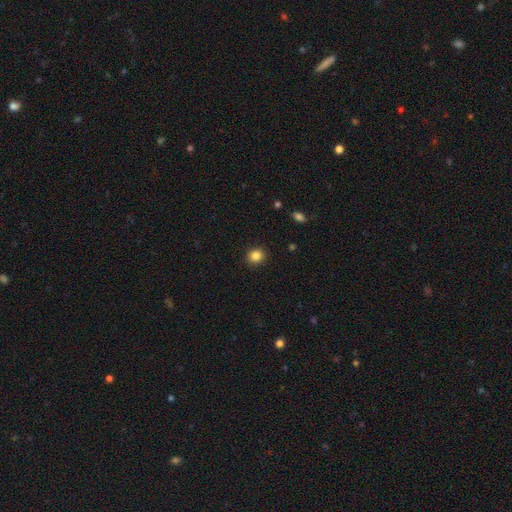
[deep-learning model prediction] This appears to be a smooth galaxy with no disk features (85%) that is round (87%). Merging: none (92%).